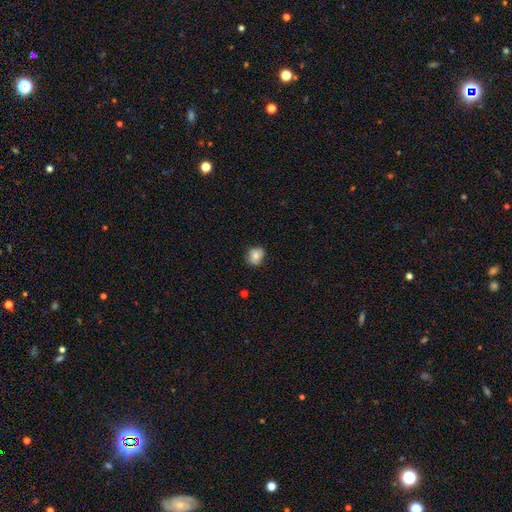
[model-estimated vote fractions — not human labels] smooth_or_featured: smooth (p=0.75) [alt: featured or disk p=0.15]
how_rounded: round (p=0.69) [alt: in between p=0.30]
merging: none (p=0.74) [alt: minor disturbance p=0.21]